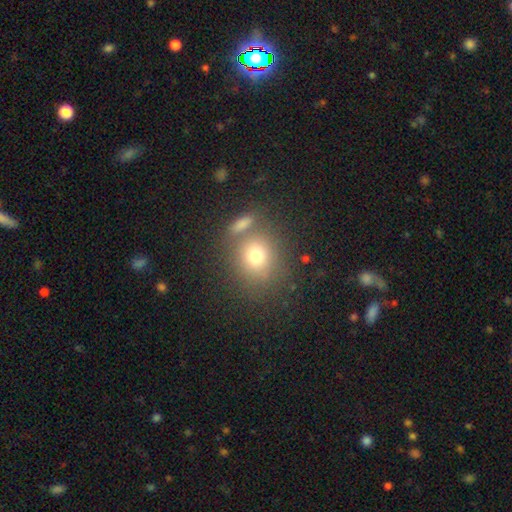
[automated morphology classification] This appears to be a smooth galaxy with no disk features (74%) that is round (78%). Merging: none (65%).